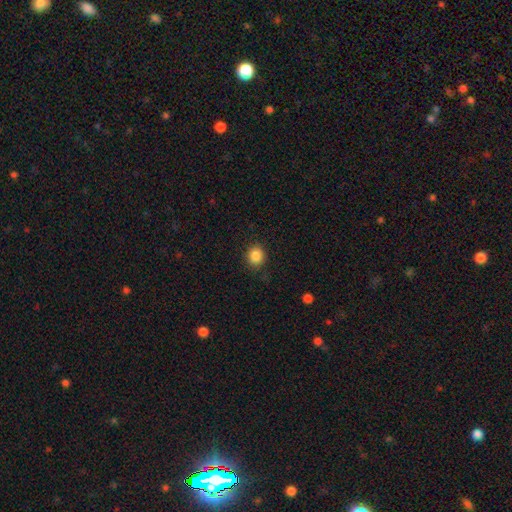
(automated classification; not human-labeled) The model was most divided on "how rounded": round: 82%, in between: 17%, cigar-shaped: 1%. More confident: merging — none (87%); smooth or featured — smooth (86%).